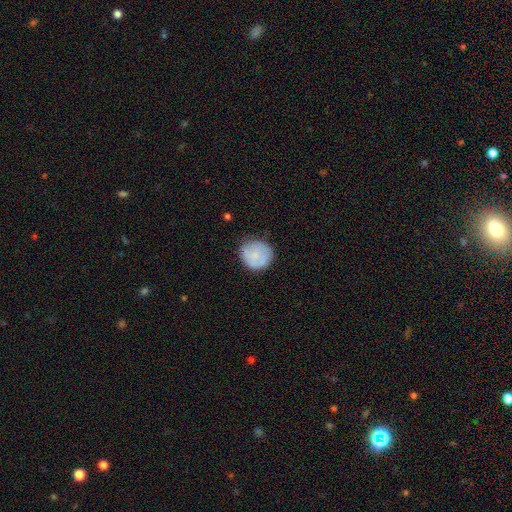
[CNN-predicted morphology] Smooth or featured?
  - smooth: 74% *
  - featured or disk: 19%
  - star or artifact: 7%
How rounded?
  - round: 91% *
  - in between: 8%
  - cigar-shaped: 1%
Merging?
  - none: 78% *
  - minor disturbance: 16%
  - major disturbance: 5%
  - merger: 1%